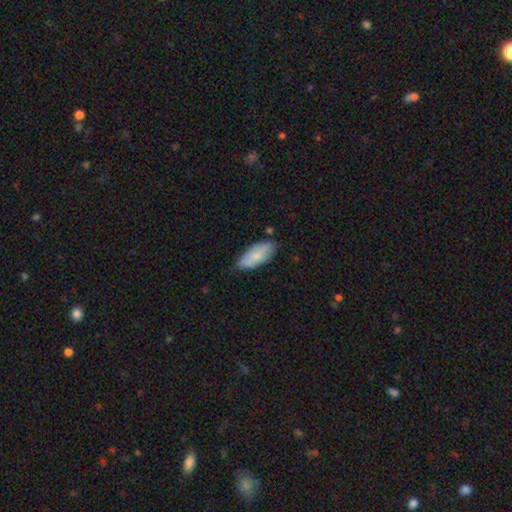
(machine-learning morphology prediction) Smooth or featured? Predicted: smooth (p=0.78). How rounded? Predicted: in between (p=0.86). Merging? Predicted: none (p=0.69).